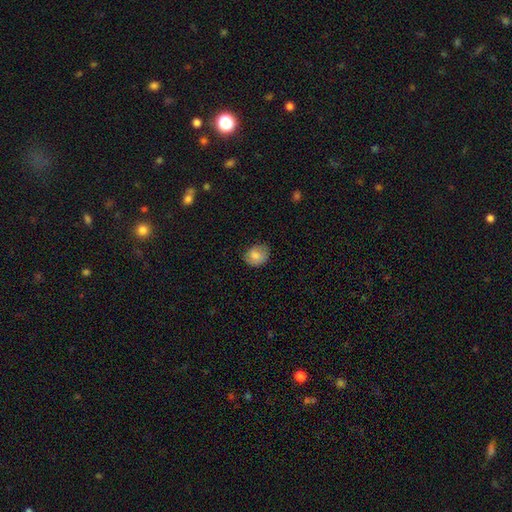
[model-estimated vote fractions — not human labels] Smooth or featured? smooth (80%)
How rounded? round (63%)
Merging? none (73%)